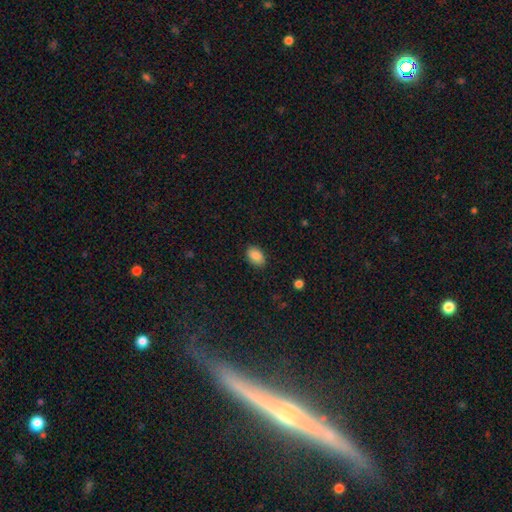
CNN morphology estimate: Overall: smooth (88%). How rounded: in between (90%). Merging: none (87%).